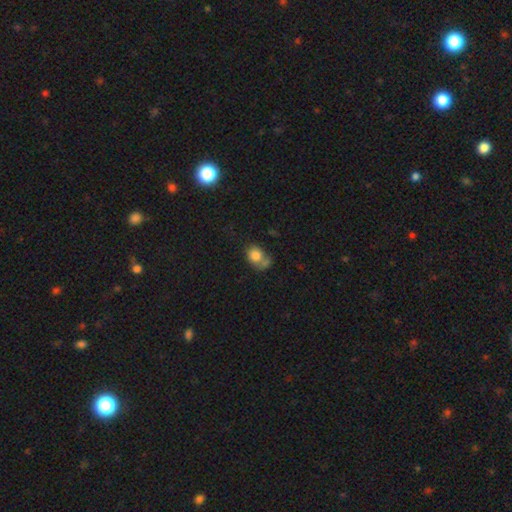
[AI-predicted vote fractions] smooth 79%, featured or disk 11%, star or artifact 9%. Down the decision tree: how rounded — round (57%); merging — merger (37%).